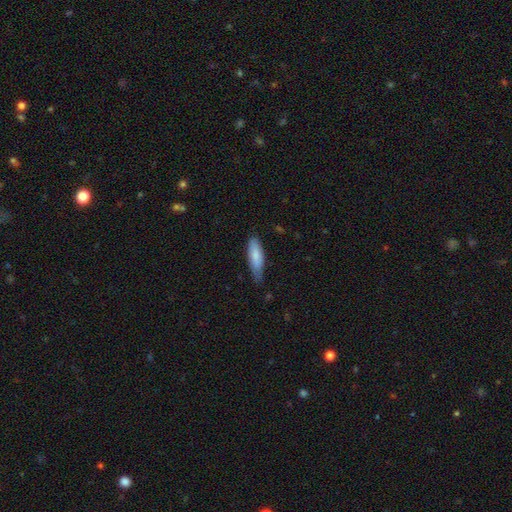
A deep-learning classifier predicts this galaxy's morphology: type=smooth (81%); roundness=in between (54%); merging=none (58%).